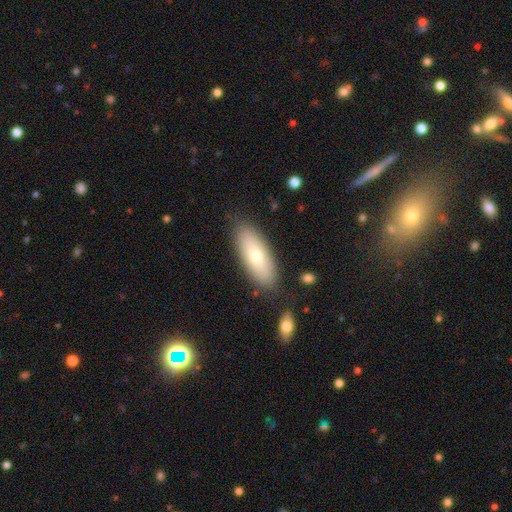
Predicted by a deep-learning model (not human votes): The model was most divided on "smooth or featured": smooth: 70%, featured or disk: 23%, star or artifact: 7%. More confident: merging — none (83%); how rounded — in between (73%).